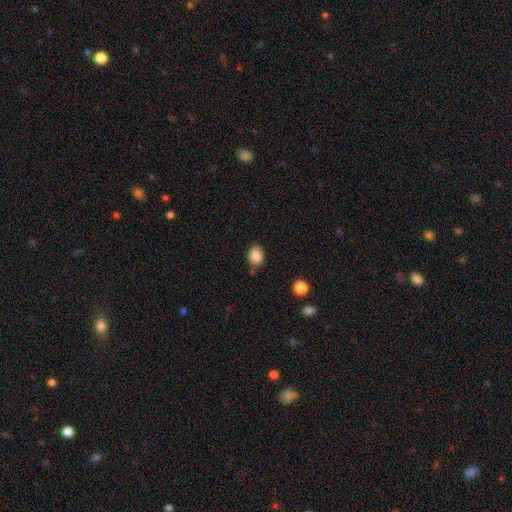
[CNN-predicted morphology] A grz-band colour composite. It shows a smooth galaxy with no disk features (86%) that is in between round and cigar-shaped (64%). Merging: none (75%).